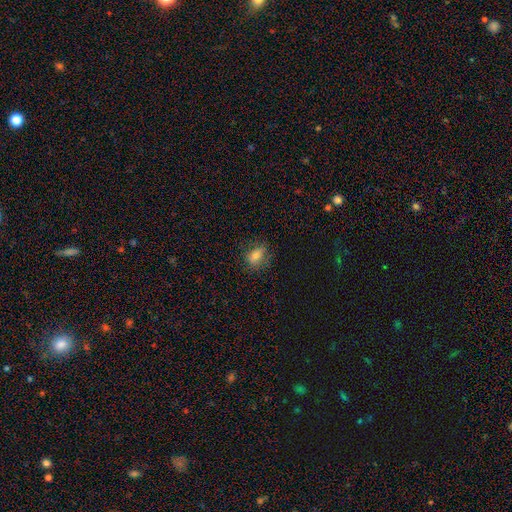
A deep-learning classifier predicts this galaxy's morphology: smooth_or_featured: smooth (p=0.74) [alt: featured or disk p=0.14]
how_rounded: in between (p=0.67) [alt: round p=0.29]
merging: none (p=0.77) [alt: minor disturbance p=0.17]